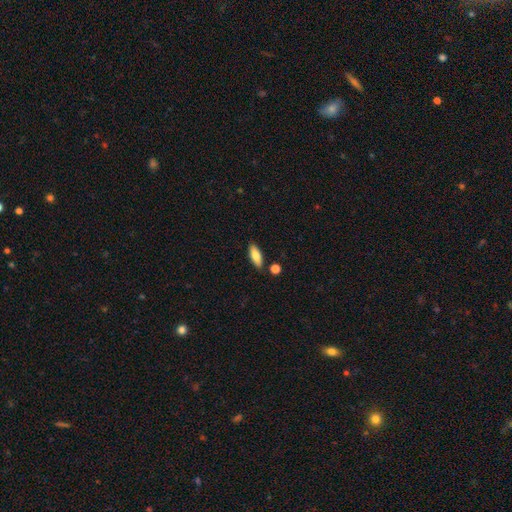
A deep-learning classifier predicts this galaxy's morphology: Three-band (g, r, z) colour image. It shows a smooth galaxy with no disk features (79%) that is in between round and cigar-shaped (73%). Merging: none (85%).